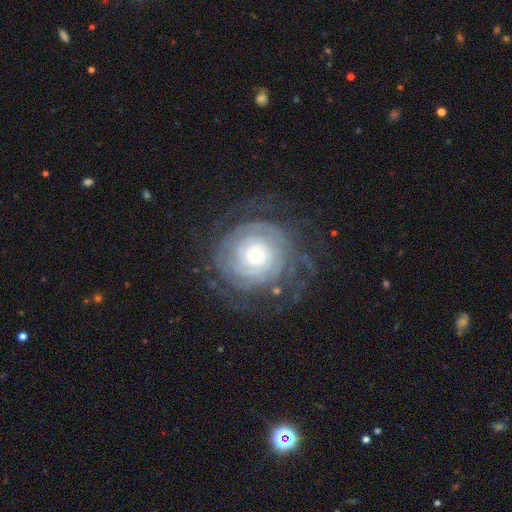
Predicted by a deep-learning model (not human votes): Overall: featured or disk (80%). Edge-on disk: no (97%). Bar: no (81%). Spiral arms: yes (91%). Spiral arm count: can't tell (44%; 2 19%). Spiral winding: tight (78%). Bulge size: small (54%; moderate 32%). Merging: none (67%).